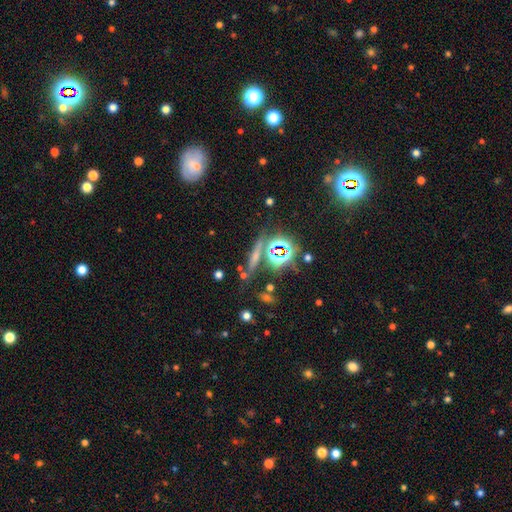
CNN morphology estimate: Overall: star or artifact (40%; smooth 36%).